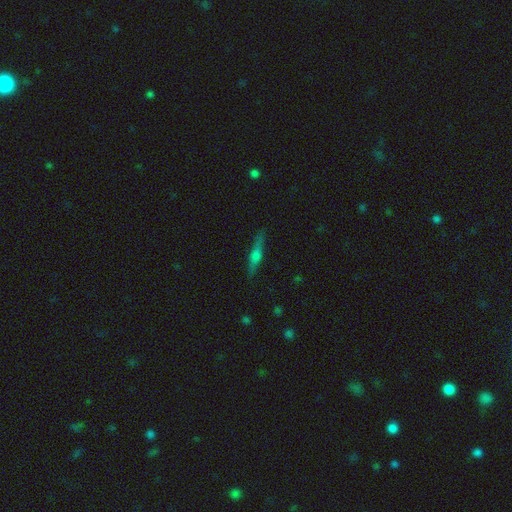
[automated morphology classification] A featured or disk galaxy (58%) viewed edge-on (96%) with a rounded central bulge (82%). Merging: none (87%).